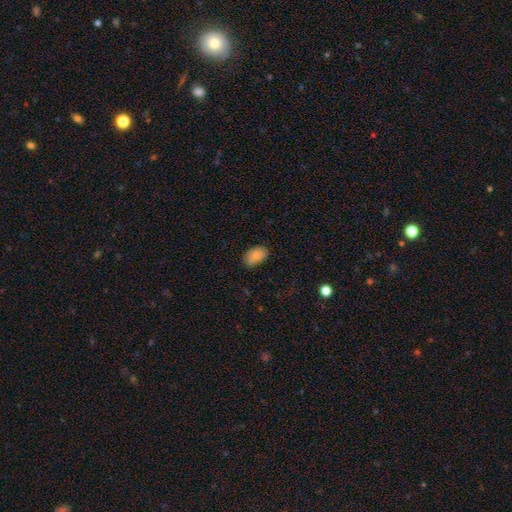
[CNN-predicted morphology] Overall: smooth (85%). How rounded: in between (91%). Merging: none (73%).